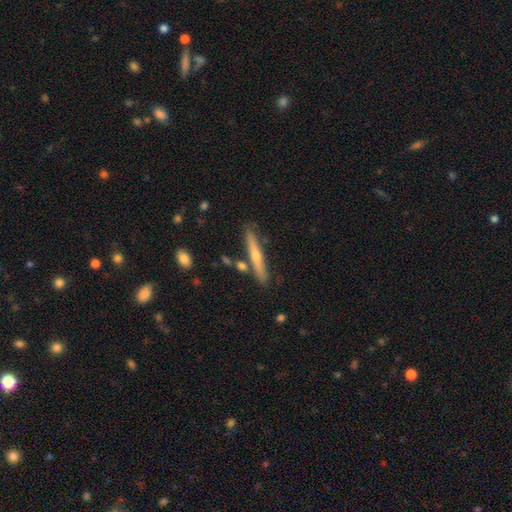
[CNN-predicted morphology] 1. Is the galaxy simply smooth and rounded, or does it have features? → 54% featured or disk, 39% smooth, 6% star or artifact.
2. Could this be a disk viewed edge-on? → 95% yes, 5% no.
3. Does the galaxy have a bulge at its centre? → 74% rounded, 23% none, 3% boxy.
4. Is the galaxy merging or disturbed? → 81% none, 11% minor disturbance, 6% merger, 2% major disturbance.